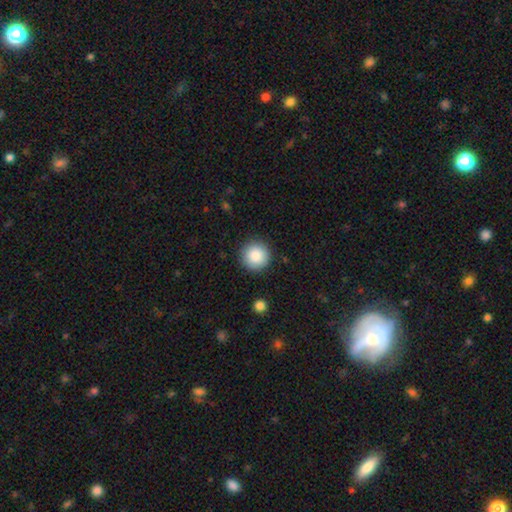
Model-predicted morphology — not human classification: A smooth galaxy with no disk features (88%) that is round (96%). Merging: none (90%).